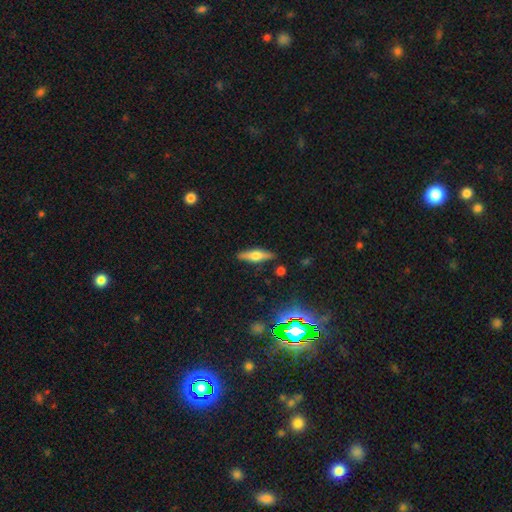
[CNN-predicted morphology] Smooth or featured?
  - featured or disk: 47% *
  - smooth: 43%
  - star or artifact: 10%
Merging?
  - none: 86% *
  - minor disturbance: 10%
  - major disturbance: 2%
  - merger: 2%